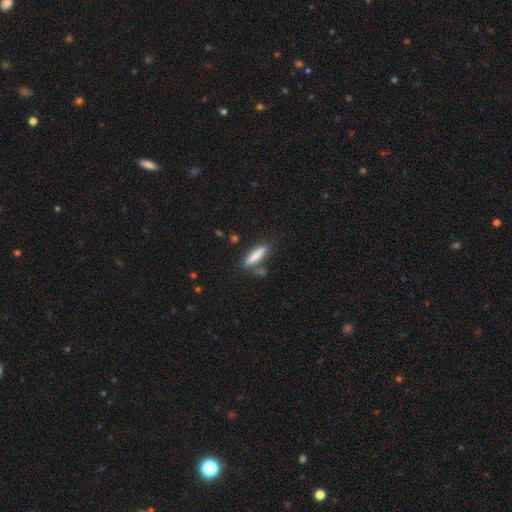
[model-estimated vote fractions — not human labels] This is likely a smooth galaxy (79%). How rounded: likely cigar-shaped (79%). Merging: likely none (77%).